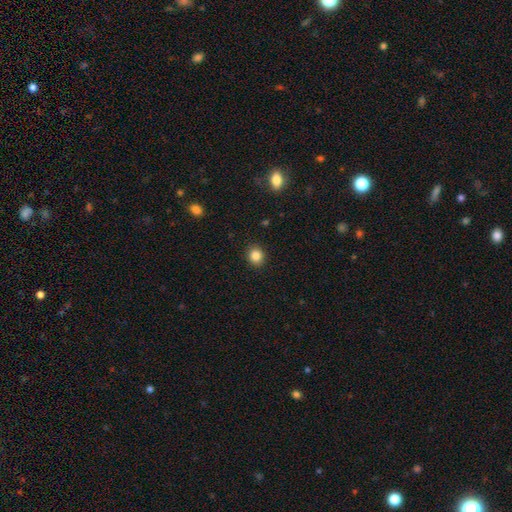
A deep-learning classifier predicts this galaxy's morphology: The model was most divided on "how rounded": round: 75%, in between: 24%, cigar-shaped: 1%. More confident: merging — none (91%); smooth or featured — smooth (85%).